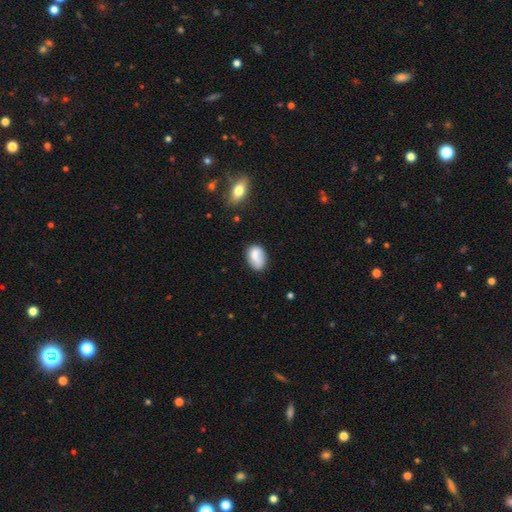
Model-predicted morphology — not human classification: A smooth galaxy with no disk features (77%) that is in between round and cigar-shaped (85%). Merging: none (65%).